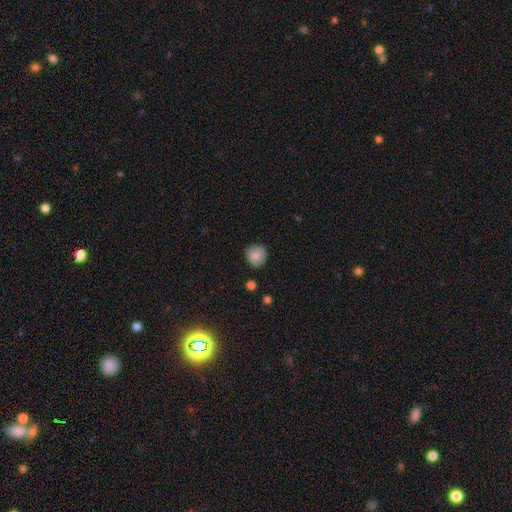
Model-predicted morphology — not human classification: A smooth galaxy with no disk features (85%) that is round (90%).

Vote fractions:
- Smooth or featured? smooth: 85% / star or artifact: 9% / featured or disk: 6%
- How rounded? round: 90% / in between: 9% / cigar-shaped: 1%
- Merging? none: 85% / minor disturbance: 11% / major disturbance: 2% / merger: 1%